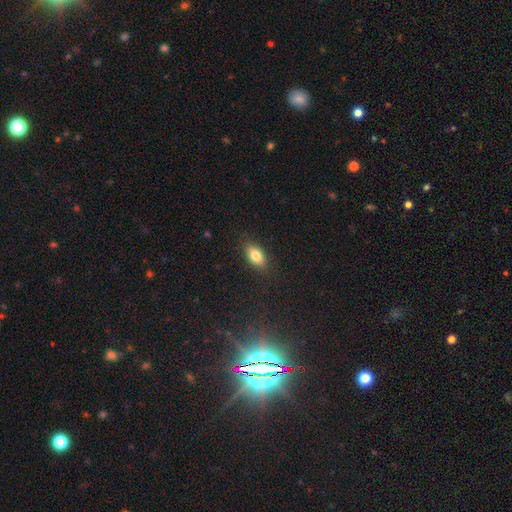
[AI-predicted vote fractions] This appears to be a smooth galaxy with no disk features (80%) that is in between round and cigar-shaped (87%). Merging: none (86%).